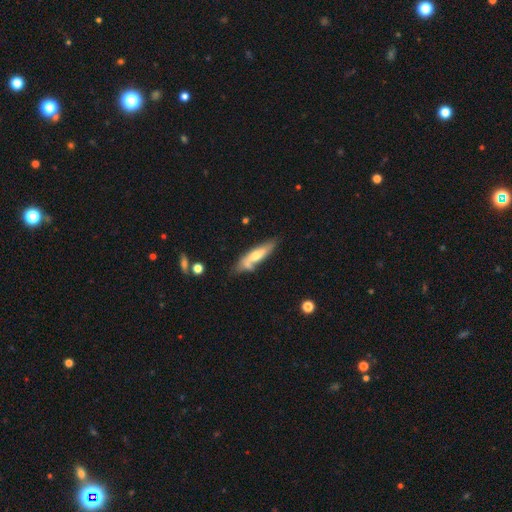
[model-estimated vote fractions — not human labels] smooth-or-featured: featured or disk: 48% | smooth: 47% | star or artifact: 6%
  merging: none: 55% | minor disturbance: 26% | merger: 12% | major disturbance: 8%